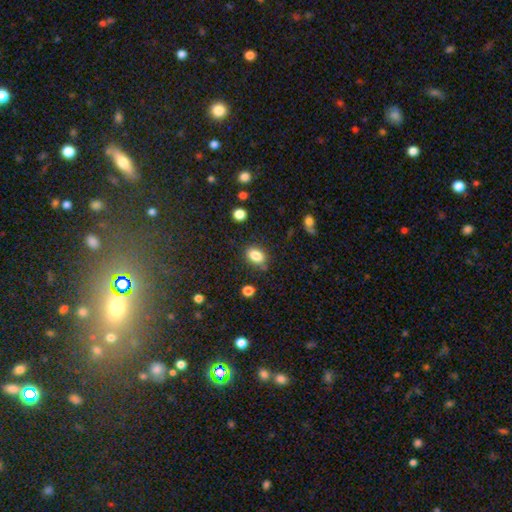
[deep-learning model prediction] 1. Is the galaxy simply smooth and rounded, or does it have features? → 83% smooth, 9% star or artifact, 7% featured or disk.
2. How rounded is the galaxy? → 78% in between, 21% round, 2% cigar-shaped.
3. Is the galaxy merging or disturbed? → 72% none, 20% minor disturbance, 5% major disturbance, 4% merger.